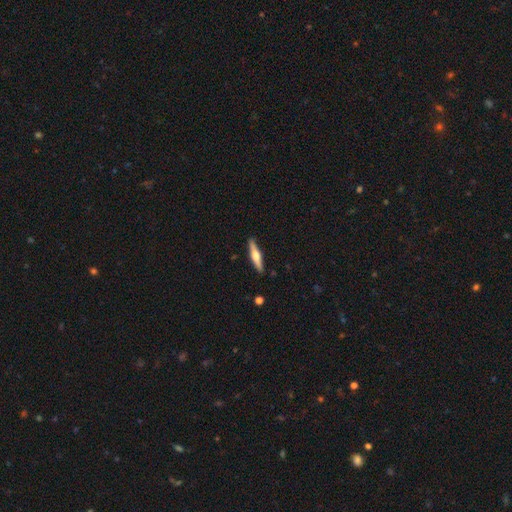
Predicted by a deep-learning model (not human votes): The model was most divided on "smooth or featured": featured or disk: 61%, smooth: 34%, star or artifact: 5%. More confident: edge-on disk — yes (97%); edge-on bulge — rounded (90%); merging — none (90%).